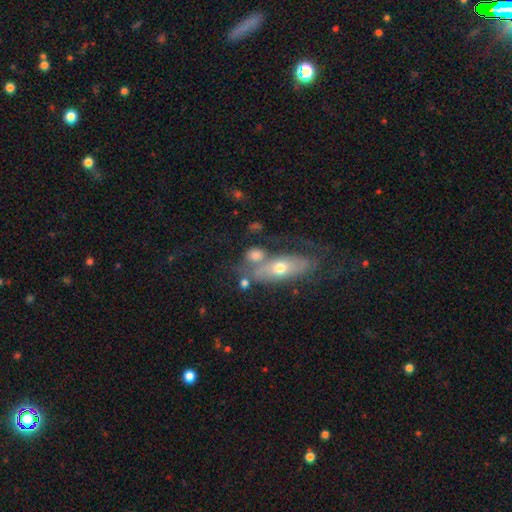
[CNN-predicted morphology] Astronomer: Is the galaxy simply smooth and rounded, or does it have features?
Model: smooth — 59%.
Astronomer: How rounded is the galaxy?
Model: in between — 55% (runner-up: round, 33%).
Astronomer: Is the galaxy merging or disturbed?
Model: none — 40% (runner-up: merger, 32%).